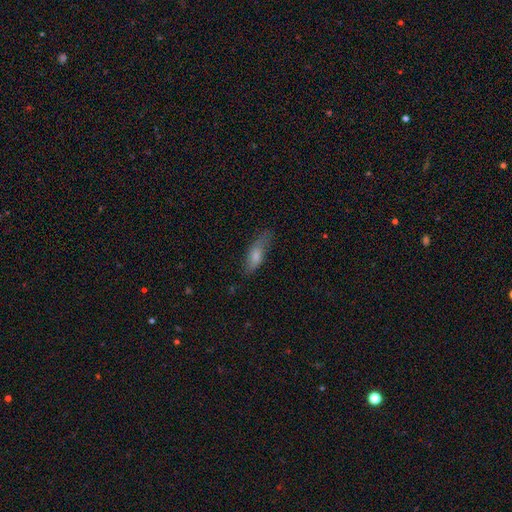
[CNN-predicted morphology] Q: Smooth or featured?
A: smooth (72%); runner-up: featured or disk (20%)
Q: How rounded?
A: in between (65%); runner-up: cigar-shaped (33%)
Q: Merging?
A: none (60%); runner-up: minor disturbance (28%)